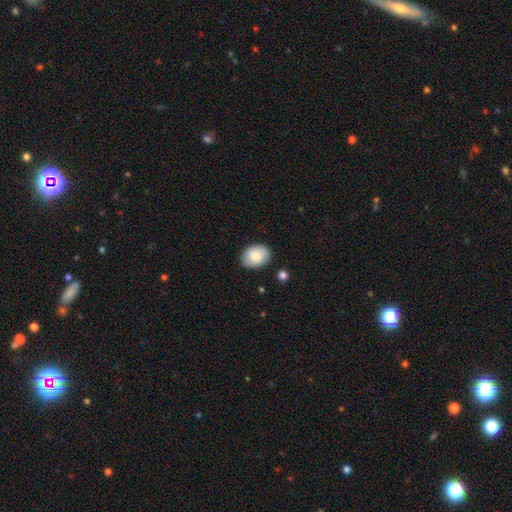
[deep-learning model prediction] smooth 82%, featured or disk 11%, star or artifact 6%. Down the decision tree: how rounded — in between (72%); merging — none (84%).